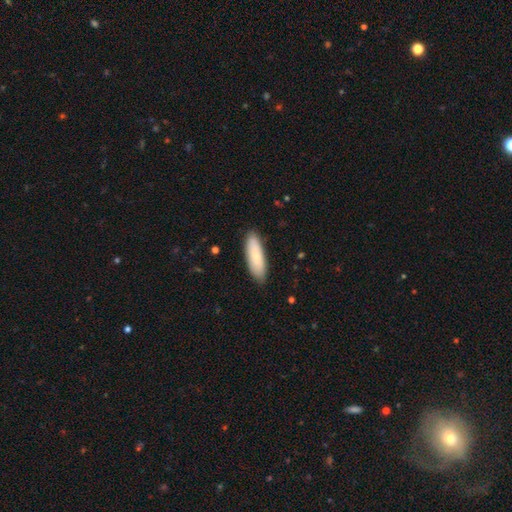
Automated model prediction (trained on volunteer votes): Smooth or featured? Predicted: smooth (p=0.76). How rounded? Predicted: in between (p=0.53). Merging? Predicted: none (p=0.86).